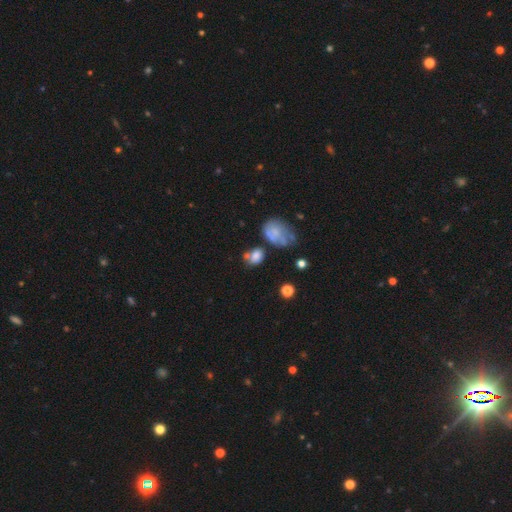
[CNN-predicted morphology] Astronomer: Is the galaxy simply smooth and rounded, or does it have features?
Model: smooth — 71%.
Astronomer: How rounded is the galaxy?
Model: in between — 59% (runner-up: round, 39%).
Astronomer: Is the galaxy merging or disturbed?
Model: none — 42% (runner-up: merger, 25%).